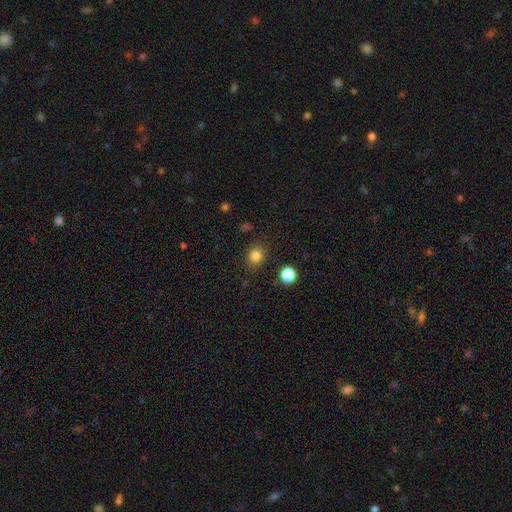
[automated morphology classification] This appears to be a smooth galaxy with no disk features (82%) that is round (79%). Merging: none (86%).